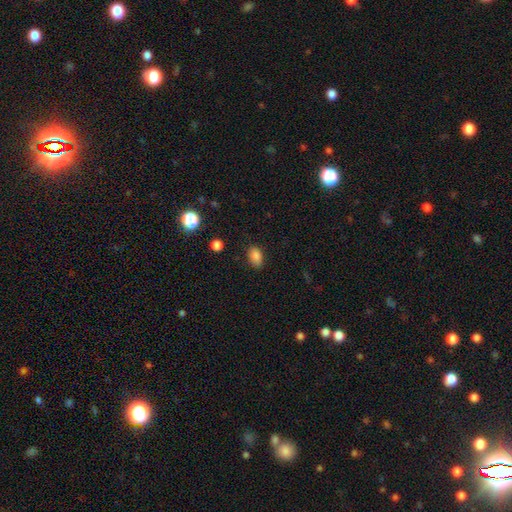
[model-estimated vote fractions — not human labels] smooth 84%, star or artifact 11%, featured or disk 4%. Down the decision tree: how rounded — in between (86%); merging — none (82%).